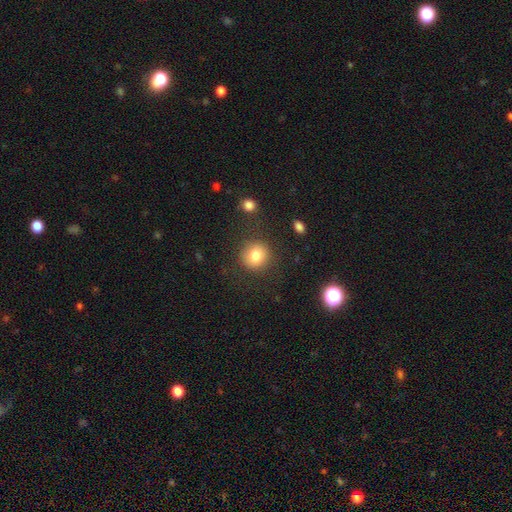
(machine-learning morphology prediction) smooth_or_featured: smooth (p=0.81) [alt: star or artifact p=0.10]
how_rounded: round (p=0.86) [alt: in between p=0.13]
merging: none (p=0.84) [alt: minor disturbance p=0.10]